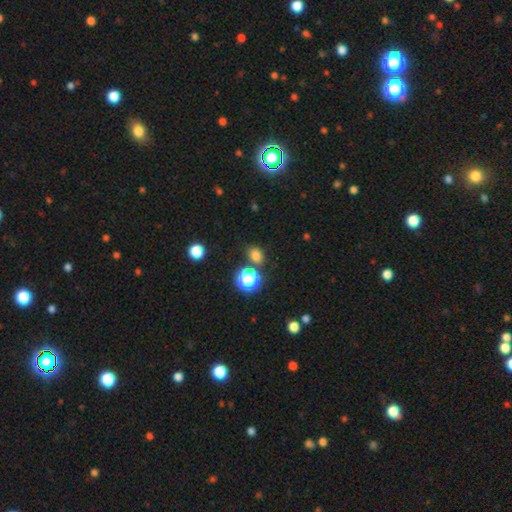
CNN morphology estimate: Q: Smooth or featured?
A: smooth (75%); runner-up: star or artifact (19%)
Q: How rounded?
A: round (51%); runner-up: in between (48%)
Q: Merging?
A: none (77%); runner-up: minor disturbance (11%)